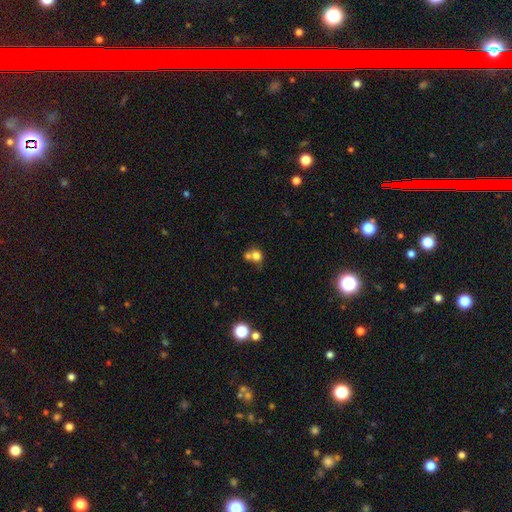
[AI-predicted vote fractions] The model was most divided on "merging": merger: 48%, none: 37%, minor disturbance: 10%, major disturbance: 5%. More confident: smooth or featured — smooth (75%); how rounded — round (75%).